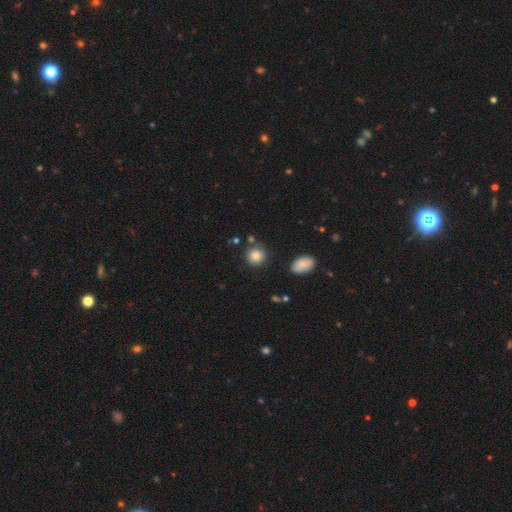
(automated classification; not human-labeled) Overall: smooth (85%). How rounded: round (89%). Merging: none (82%).